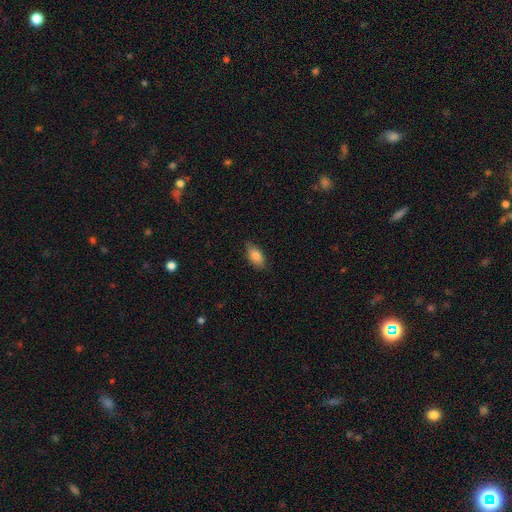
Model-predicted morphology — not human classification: This is clearly a smooth galaxy (82%). How rounded: clearly in between (89%). Merging: likely none (79%).